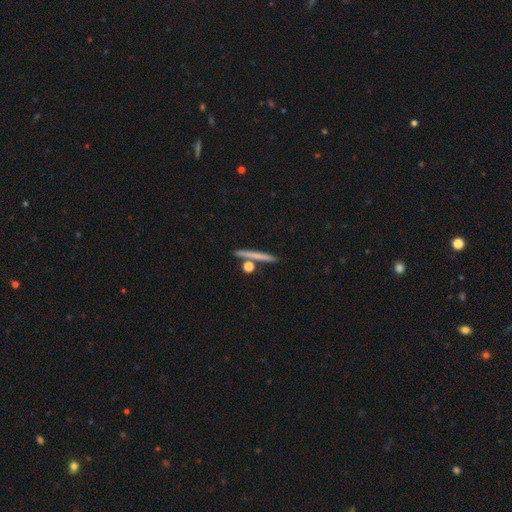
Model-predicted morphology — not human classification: Overall: smooth (61%; featured or disk 31%). How rounded: cigar-shaped (87%). Merging: none (81%).